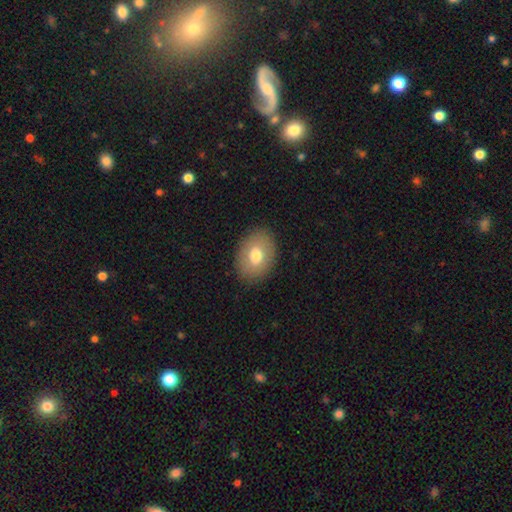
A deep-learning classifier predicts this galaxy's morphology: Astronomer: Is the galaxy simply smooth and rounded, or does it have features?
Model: smooth — 74%.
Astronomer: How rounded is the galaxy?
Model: in between — 73%.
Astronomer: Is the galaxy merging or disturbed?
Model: none — 87%.